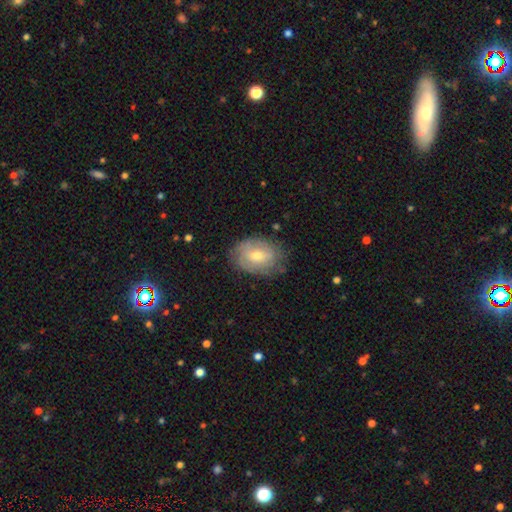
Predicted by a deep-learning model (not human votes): Smooth or featured? featured or disk (49%)
Merging? none (73%)